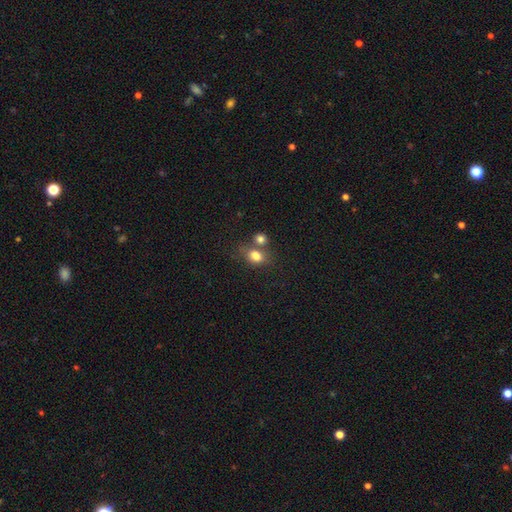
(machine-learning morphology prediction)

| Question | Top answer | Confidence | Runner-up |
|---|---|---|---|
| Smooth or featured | smooth | 79% | star or artifact (12%) |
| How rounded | in between | 57% | round (41%) |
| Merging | none | 47% | merger (36%) |